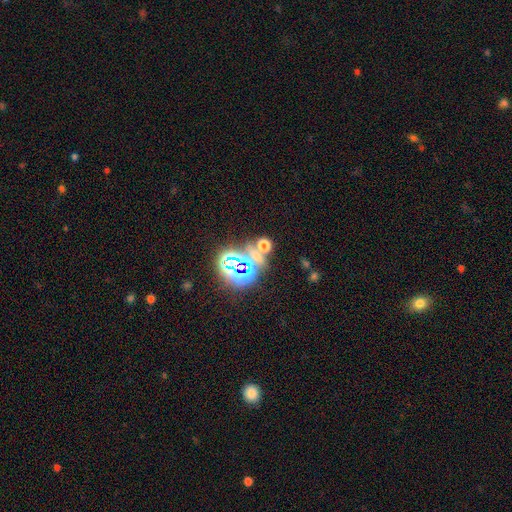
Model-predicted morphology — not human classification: smooth_or_featured: star or artifact (p=0.61) [alt: smooth p=0.31]